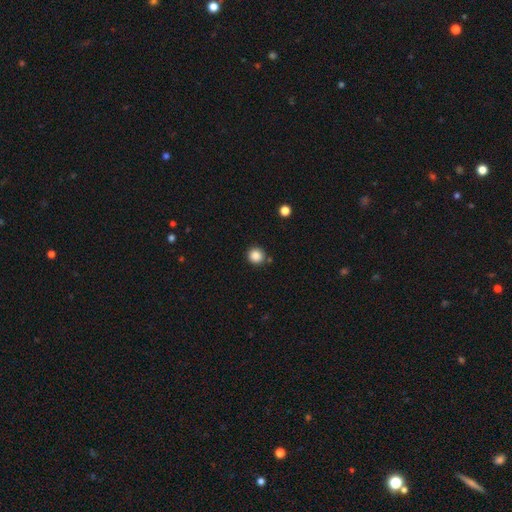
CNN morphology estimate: The model was most divided on "smooth or featured": smooth: 86%, star or artifact: 11%, featured or disk: 3%. More confident: how rounded — round (93%); merging — none (85%).